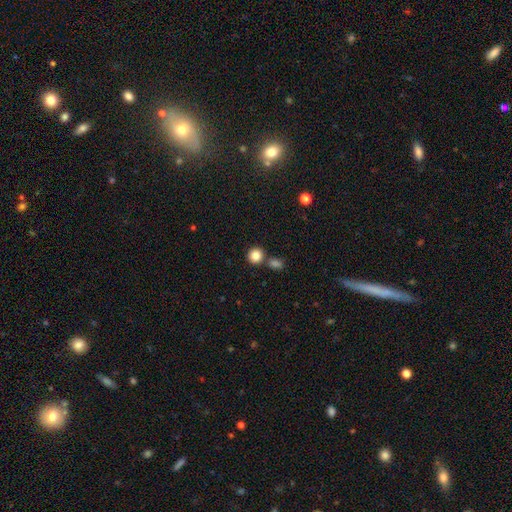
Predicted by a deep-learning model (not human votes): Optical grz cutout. It shows a smooth galaxy with no disk features (85%) that is round (90%). Merging: none (73%).